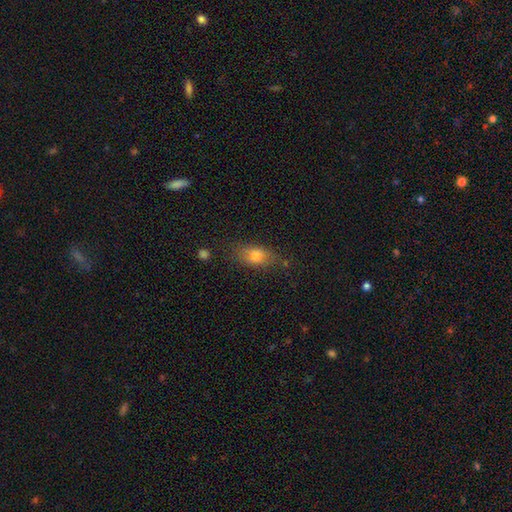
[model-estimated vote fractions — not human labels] smooth-or-featured: smooth: 74% | featured or disk: 15% | star or artifact: 11%
  how-rounded: in between: 77% | round: 12% | cigar-shaped: 12%
  merging: none: 73% | minor disturbance: 18% | major disturbance: 6% | merger: 3%